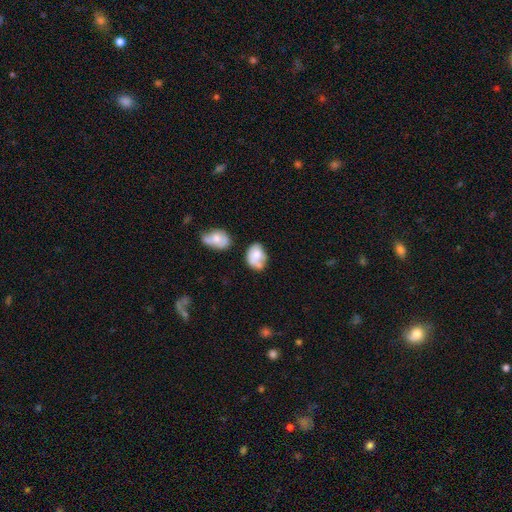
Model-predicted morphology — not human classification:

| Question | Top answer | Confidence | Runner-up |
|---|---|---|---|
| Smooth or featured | smooth | 68% | featured or disk (25%) |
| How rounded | in between | 73% | round (25%) |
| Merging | none | 35% | minor disturbance (32%) |